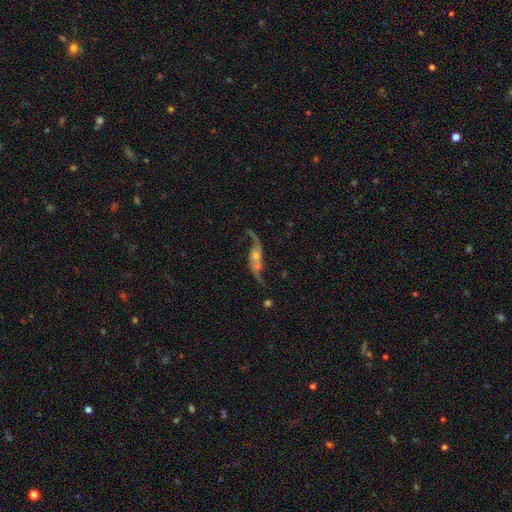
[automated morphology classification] Smooth or featured? Predicted: featured or disk (p=0.86). Edge-on disk? Predicted: no (p=0.89). Bar? Predicted: no (p=0.56). Spiral arms? Predicted: yes (p=0.94). Spiral winding? Predicted: loose (p=0.89). Spiral arm count? Predicted: 2 (p=0.92). Bulge size? Predicted: small (p=0.50). Merging? Predicted: none (p=0.62).